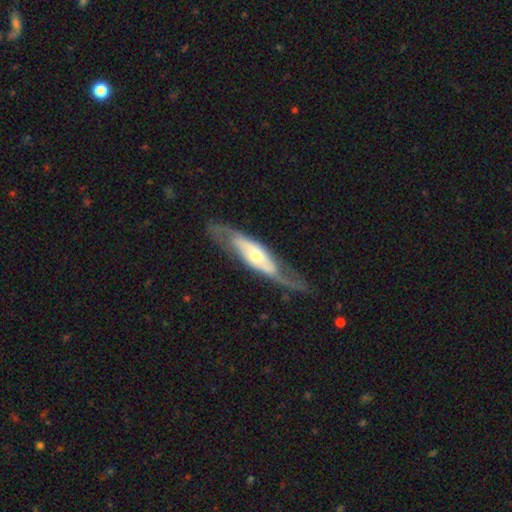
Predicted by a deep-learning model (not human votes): Overall: featured or disk (74%). Edge-on disk: no (67%; yes 33%). Bar: no (64%). Spiral arms: yes (74%). Bulge size: moderate (46%; small 45%). Merging: none (68%).